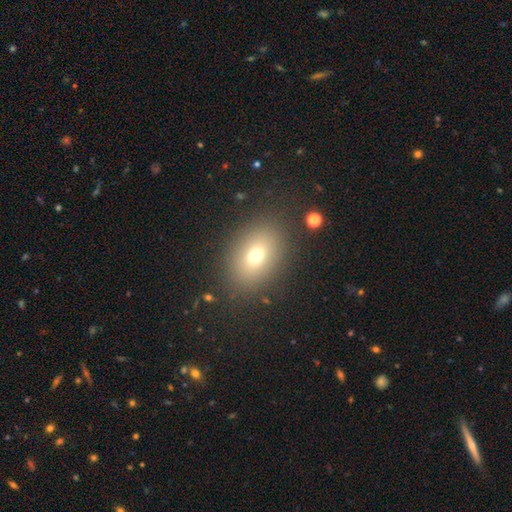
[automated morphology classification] smooth 70%, featured or disk 15%, star or artifact 15%. Down the decision tree: how rounded — in between (74%); merging — none (85%).